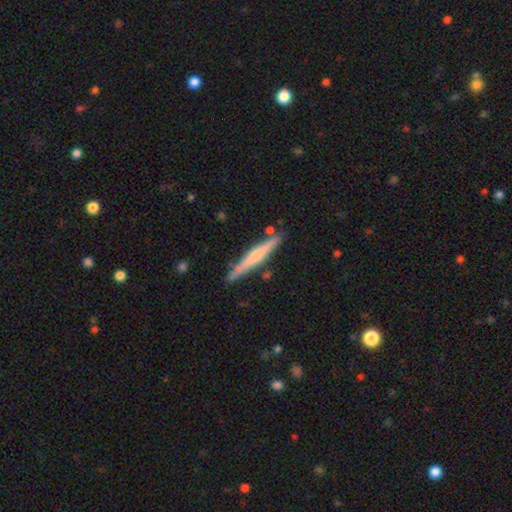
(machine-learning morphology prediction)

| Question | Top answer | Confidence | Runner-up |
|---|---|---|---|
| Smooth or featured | featured or disk | 54% | smooth (41%) |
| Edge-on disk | yes | 97% | no (3%) |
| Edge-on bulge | rounded | 61% | none (30%) |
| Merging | none | 85% | minor disturbance (10%) |